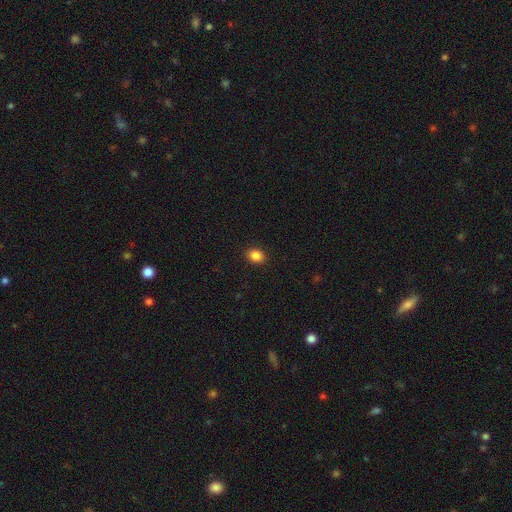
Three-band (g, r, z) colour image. It shows a smooth galaxy with no disk features (87%) that is in between round and cigar-shaped (58%). Merging: none (89%).